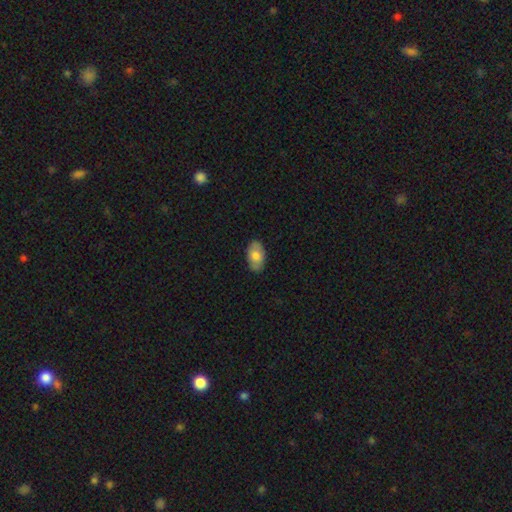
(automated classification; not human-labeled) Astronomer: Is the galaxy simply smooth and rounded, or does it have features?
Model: smooth — 72%.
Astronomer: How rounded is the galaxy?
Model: in between — 93%.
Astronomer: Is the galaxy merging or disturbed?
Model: none — 86%.